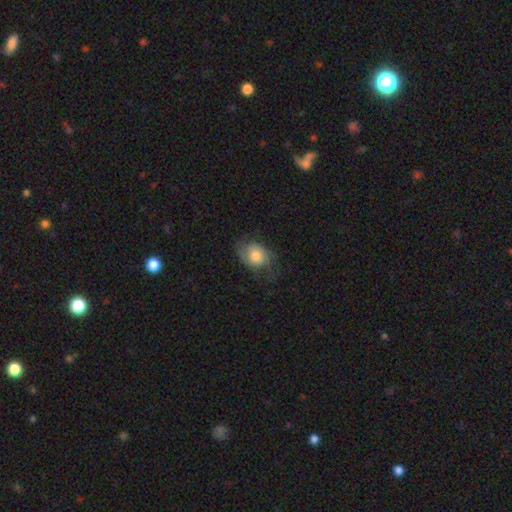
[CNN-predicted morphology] A smooth galaxy with no disk features (53%) that is in between round and cigar-shaped (62%).

Vote fractions:
- Smooth or featured? smooth: 53% / featured or disk: 40% / star or artifact: 8%
- How rounded? in between: 62% / round: 37% / cigar-shaped: 1%
- Merging? none: 53% / minor disturbance: 27% / major disturbance: 19% / merger: 1%